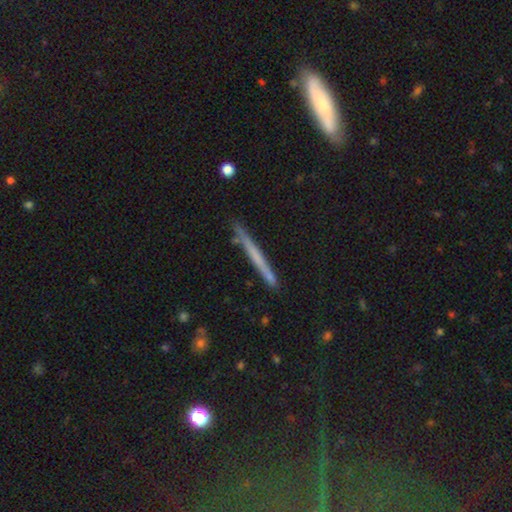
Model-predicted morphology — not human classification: smooth 50%, featured or disk 44%, star or artifact 7%. Down the decision tree: merging — none (83%).